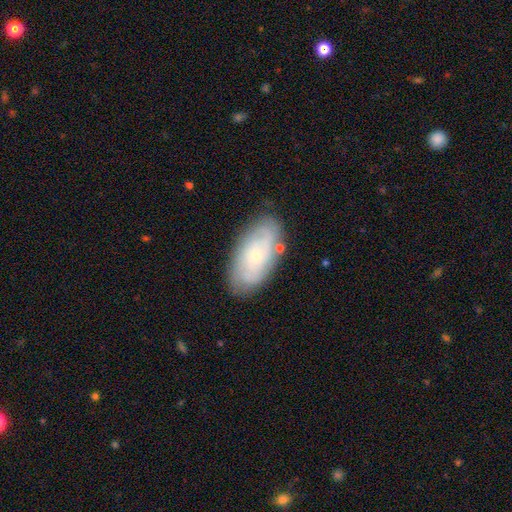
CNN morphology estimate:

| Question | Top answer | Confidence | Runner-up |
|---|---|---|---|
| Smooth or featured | featured or disk | 61% | smooth (32%) |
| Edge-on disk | no | 93% | yes (7%) |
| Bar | no | 80% | weak (17%) |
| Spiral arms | yes | 79% | no (21%) |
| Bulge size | small | 76% | moderate (19%) |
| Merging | none | 77% | minor disturbance (16%) |